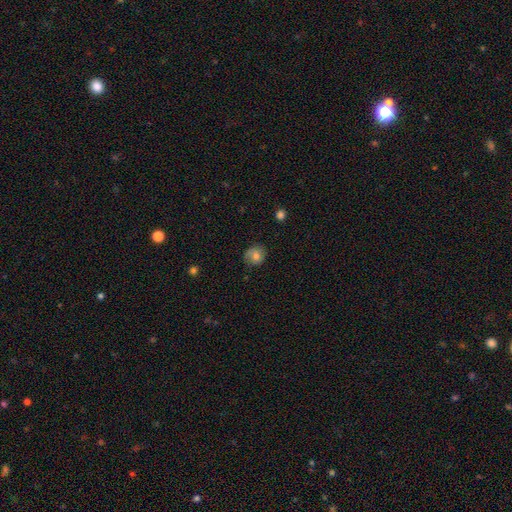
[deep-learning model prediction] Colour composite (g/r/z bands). It shows a smooth galaxy with no disk features (69%) that is round (77%). Merging: none (73%).